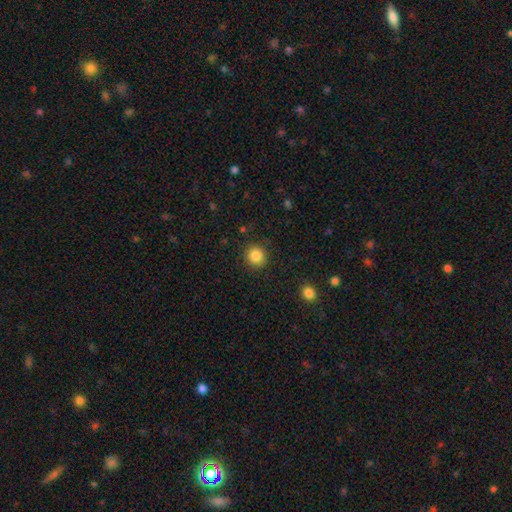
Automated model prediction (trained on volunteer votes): Smooth or featured: smooth — 85% (star or artifact — 10%)
How rounded: round — 91% (in between — 8%)
Merging: none — 89% (minor disturbance — 7%)